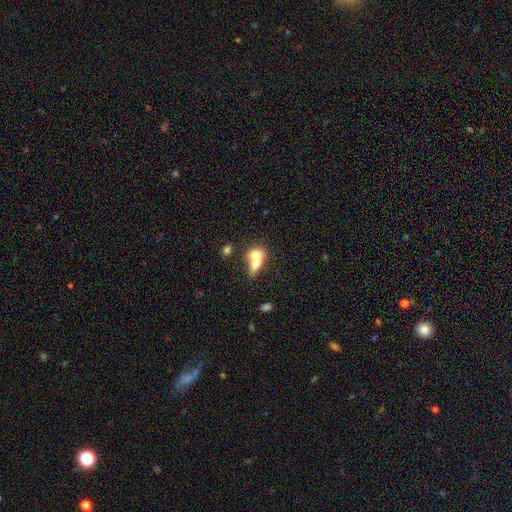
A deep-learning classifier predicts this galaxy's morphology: This appears to be a smooth galaxy with no disk features (67%) that is in between round and cigar-shaped (52%). Merging: merger (71%).